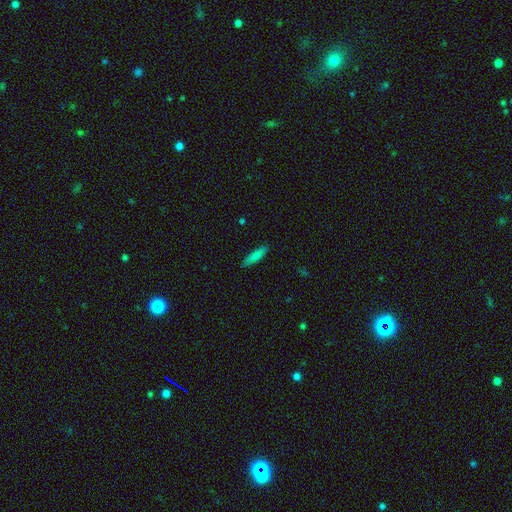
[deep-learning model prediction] smooth-or-featured: smooth: 80% | featured or disk: 13% | star or artifact: 7%
  how-rounded: cigar-shaped: 78% | in between: 20% | round: 2%
  merging: none: 88% | minor disturbance: 9% | major disturbance: 2% | merger: 1%